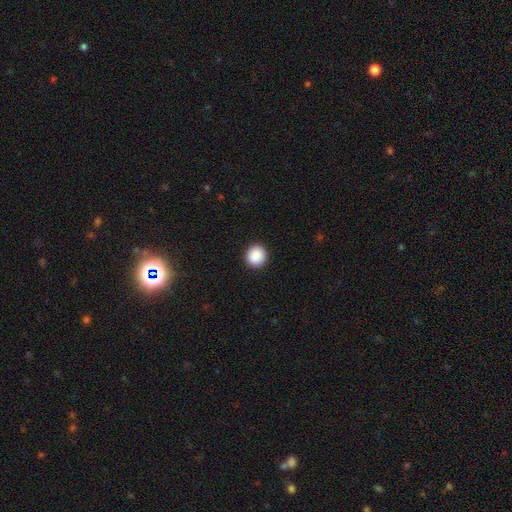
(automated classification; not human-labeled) smooth_or_featured: smooth (p=0.90) [alt: star or artifact p=0.08]
how_rounded: round (p=0.89) [alt: in between p=0.10]
merging: none (p=0.92) [alt: minor disturbance p=0.05]